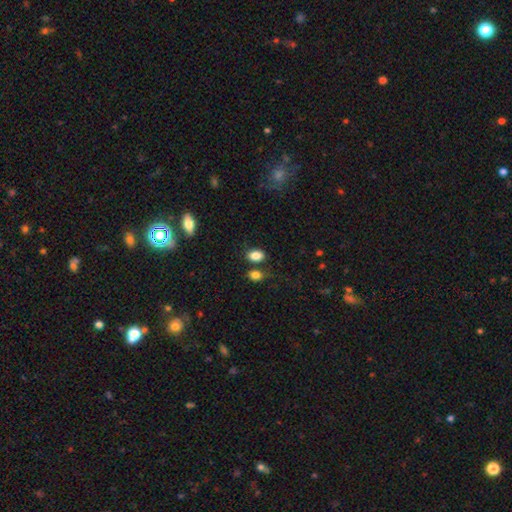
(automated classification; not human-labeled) smooth 86%, star or artifact 9%, featured or disk 6%. Down the decision tree: how rounded — in between (81%); merging — none (70%).